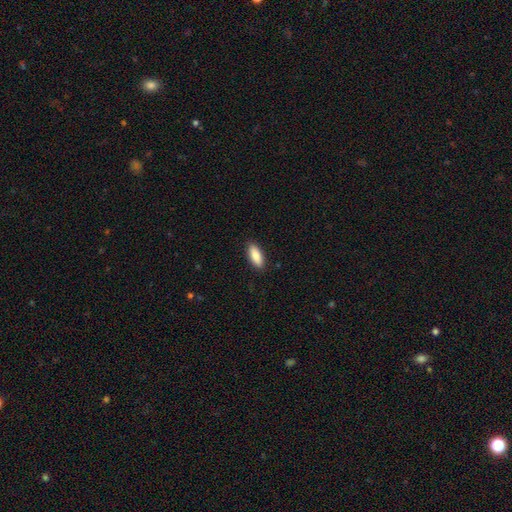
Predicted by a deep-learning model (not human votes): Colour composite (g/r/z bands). It shows a smooth galaxy with no disk features (87%) that is in between round and cigar-shaped (76%). Merging: none (89%).